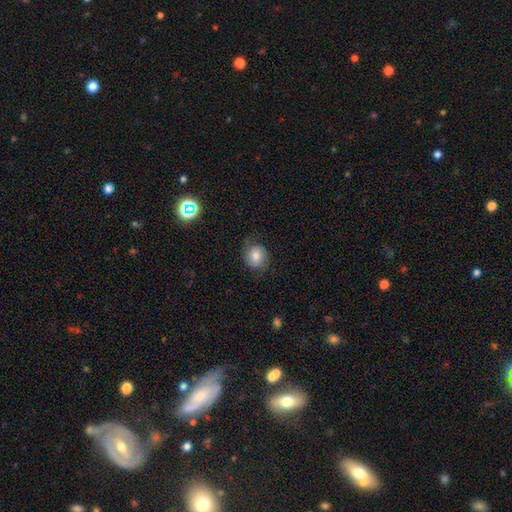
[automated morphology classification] smooth 61%, featured or disk 30%, star or artifact 9%. Down the decision tree: how rounded — round (71%); merging — none (68%).